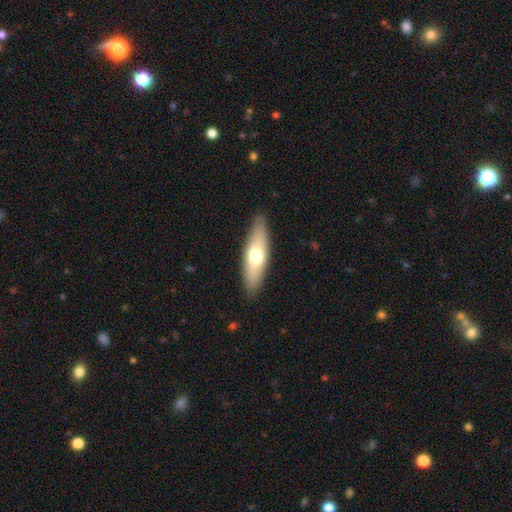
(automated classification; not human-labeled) This is likely a smooth galaxy (62%). How rounded: possibly cigar-shaped (54%). Merging: clearly none (87%).